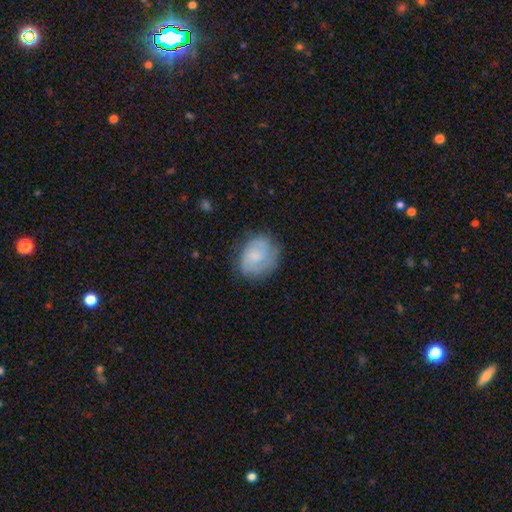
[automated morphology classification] smooth_or_featured: featured or disk (p=0.47) [alt: smooth p=0.46]
merging: none (p=0.71) [alt: minor disturbance p=0.20]